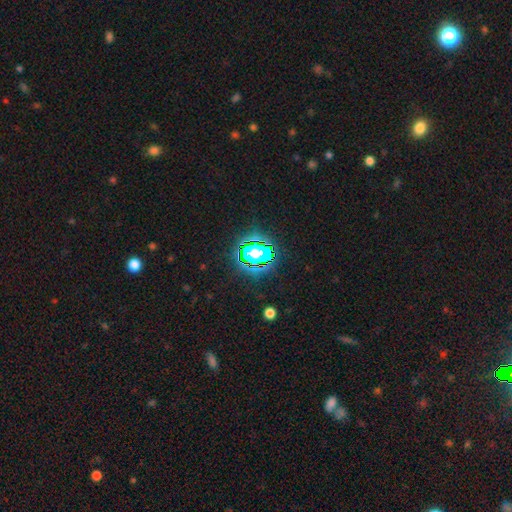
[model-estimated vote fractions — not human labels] smooth_or_featured: star or artifact (p=0.79) [alt: smooth p=0.14]